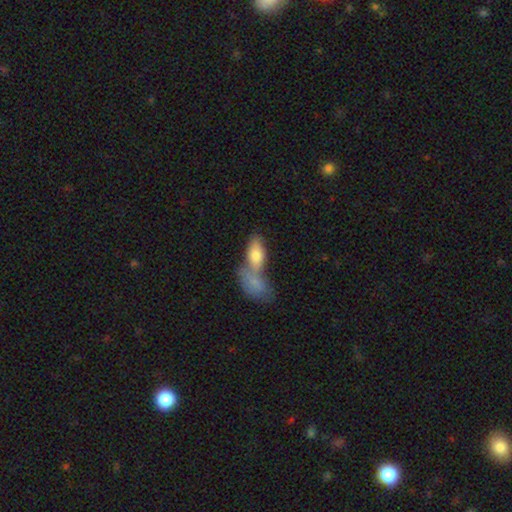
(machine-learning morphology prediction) smooth_or_featured: smooth (p=0.75) [alt: featured or disk p=0.18]
how_rounded: in between (p=0.84) [alt: cigar-shaped p=0.12]
merging: merger (p=0.58) [alt: none p=0.26]